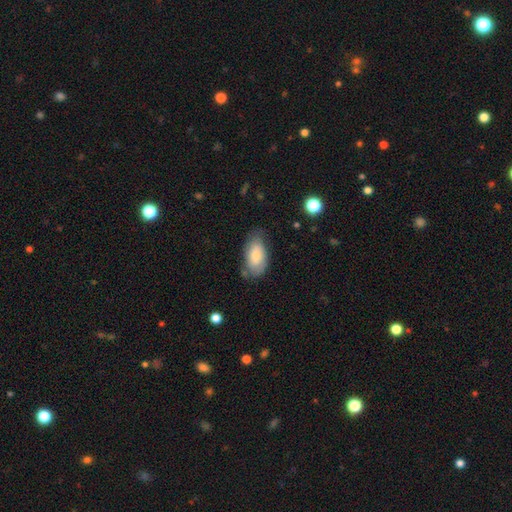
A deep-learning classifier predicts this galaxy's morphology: The model was most divided on "merging": none: 62%, minor disturbance: 27%, major disturbance: 7%, merger: 3%. More confident: how rounded — in between (93%); smooth or featured — smooth (74%).